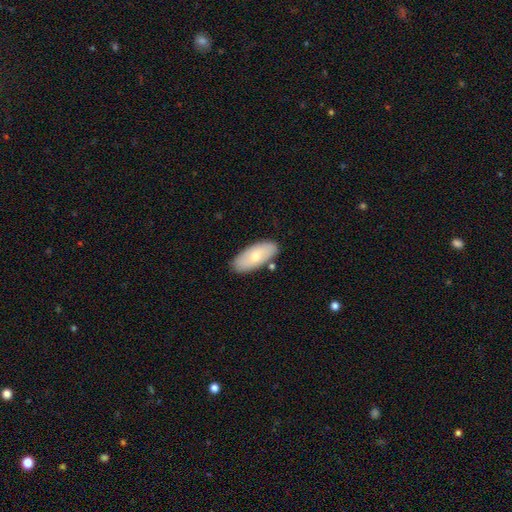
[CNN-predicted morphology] smooth 67%, featured or disk 27%, star or artifact 6%. Down the decision tree: how rounded — in between (88%); merging — none (82%).